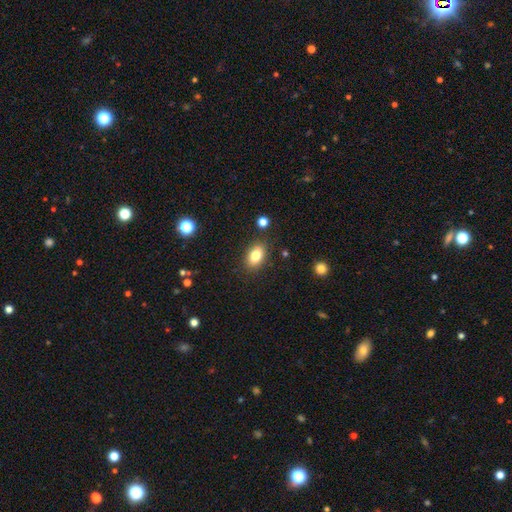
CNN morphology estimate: Smooth or featured? smooth (81%)
How rounded? in between (87%)
Merging? none (86%)